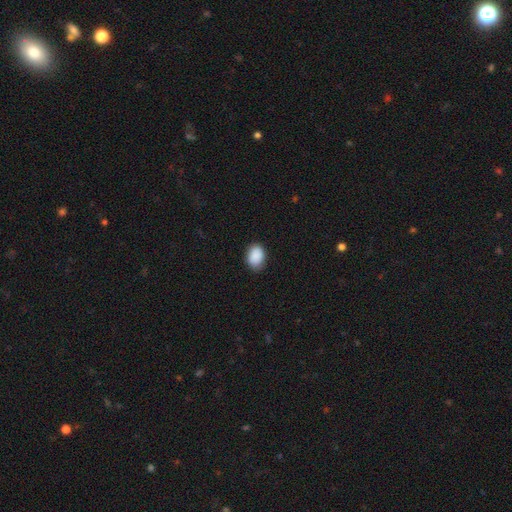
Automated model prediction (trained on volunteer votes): This is clearly a smooth galaxy (90%). How rounded: likely in between (77%). Merging: clearly none (83%).